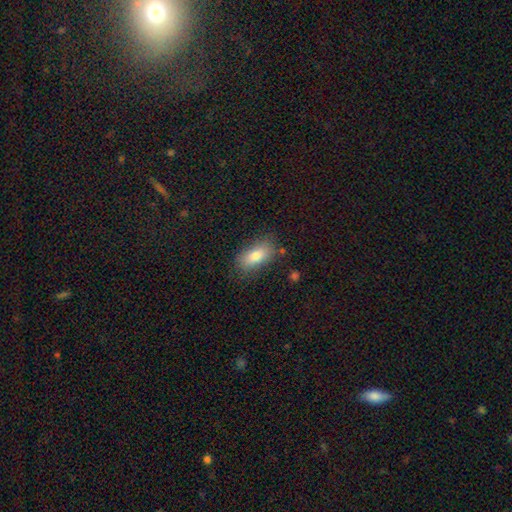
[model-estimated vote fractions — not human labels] A smooth galaxy with no disk features (81%) that is in between round and cigar-shaped (87%). Merging: none (77%).